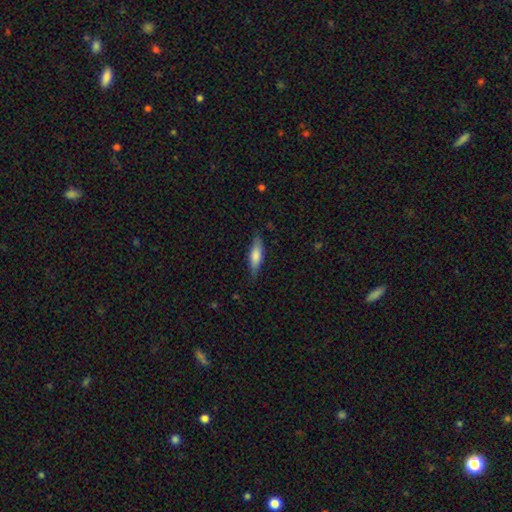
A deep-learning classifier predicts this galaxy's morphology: Q: Smooth or featured?
A: smooth (73%); runner-up: featured or disk (21%)
Q: How rounded?
A: cigar-shaped (55%); runner-up: in between (43%)
Q: Merging?
A: none (79%); runner-up: minor disturbance (17%)